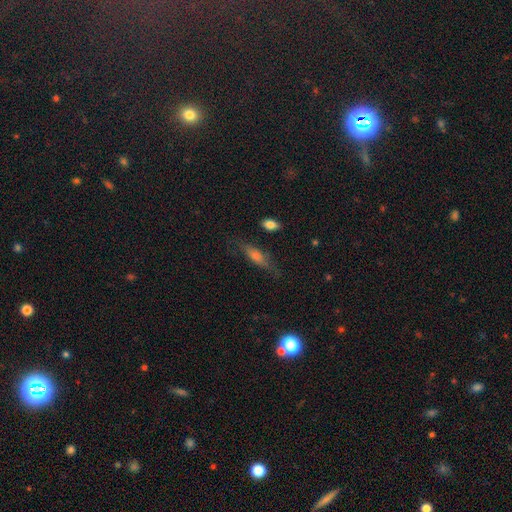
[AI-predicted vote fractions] smooth-or-featured: smooth: 48% | featured or disk: 38% | star or artifact: 14%
  merging: none: 75% | minor disturbance: 17% | major disturbance: 6% | merger: 2%